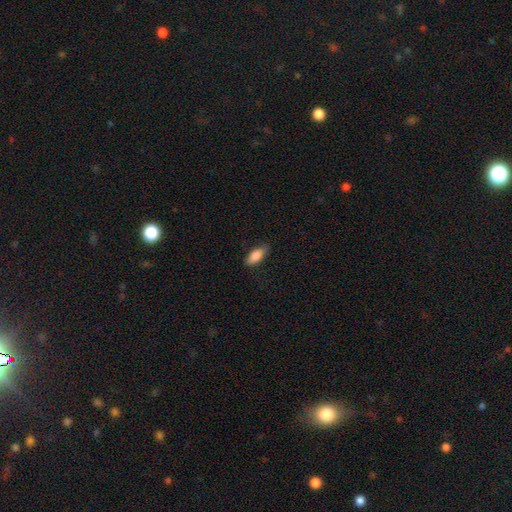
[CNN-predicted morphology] A smooth galaxy with no disk features (83%) that is in between round and cigar-shaped (78%).

Vote fractions:
- Smooth or featured? smooth: 83% / featured or disk: 10% / star or artifact: 6%
- How rounded? in between: 78% / cigar-shaped: 20% / round: 3%
- Merging? none: 78% / minor disturbance: 18% / major disturbance: 3% / merger: 1%